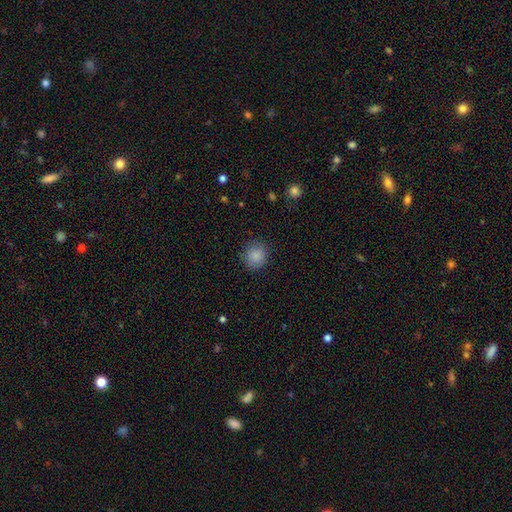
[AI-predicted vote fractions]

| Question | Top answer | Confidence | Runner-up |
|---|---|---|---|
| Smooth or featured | smooth | 87% | star or artifact (9%) |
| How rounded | round | 84% | in between (15%) |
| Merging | none | 86% | minor disturbance (10%) |